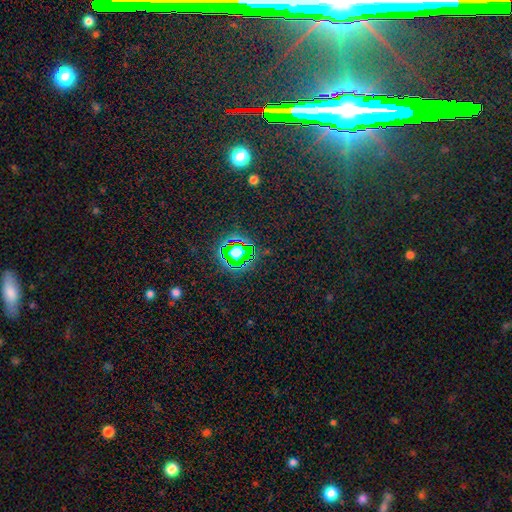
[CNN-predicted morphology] smooth-or-featured: star or artifact: 78% | smooth: 11% | featured or disk: 11%